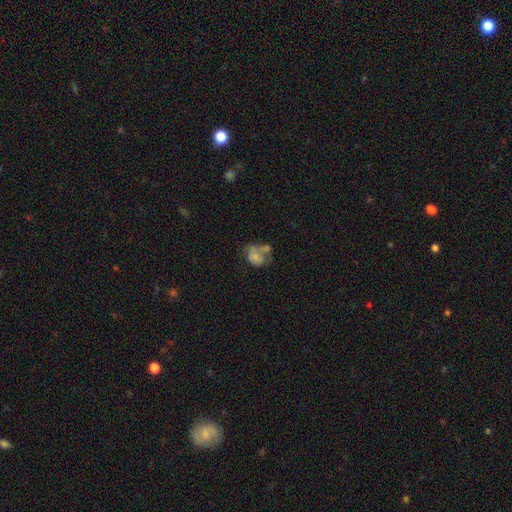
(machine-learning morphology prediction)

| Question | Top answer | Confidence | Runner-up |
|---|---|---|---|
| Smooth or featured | smooth | 59% | featured or disk (31%) |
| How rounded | in between | 56% | round (43%) |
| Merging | merger | 38% | none (24%) |